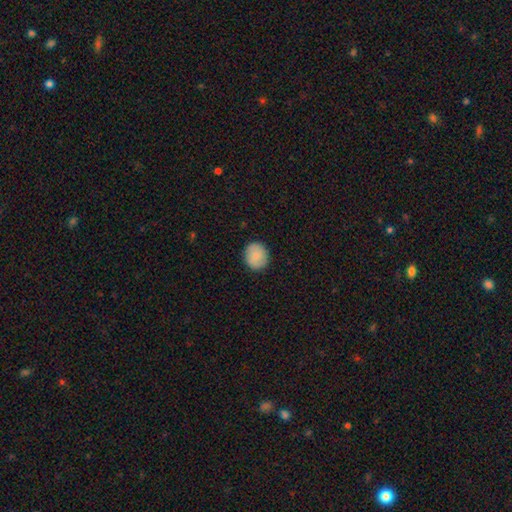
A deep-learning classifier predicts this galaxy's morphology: type=smooth (83%); roundness=round (85%); merging=none (89%).